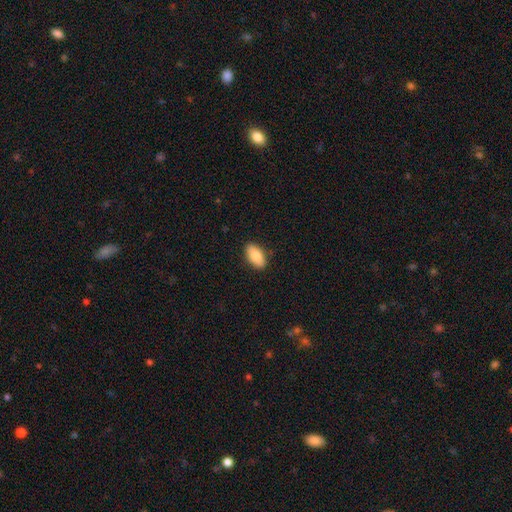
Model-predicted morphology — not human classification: type=smooth (85%); roundness=in between (92%); merging=none (88%).